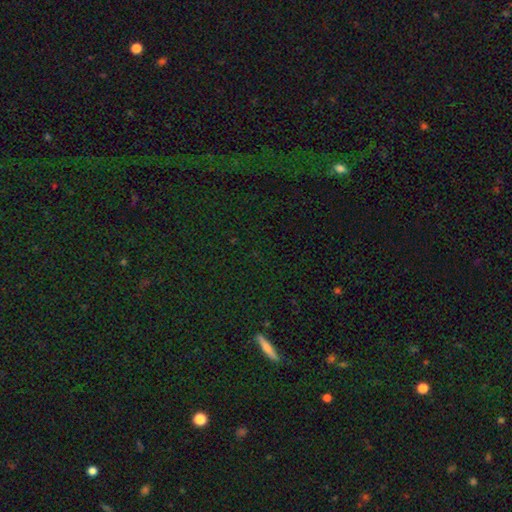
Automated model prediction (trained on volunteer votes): The model was most divided on "smooth or featured": star or artifact: 63%, smooth: 23%, featured or disk: 14%.